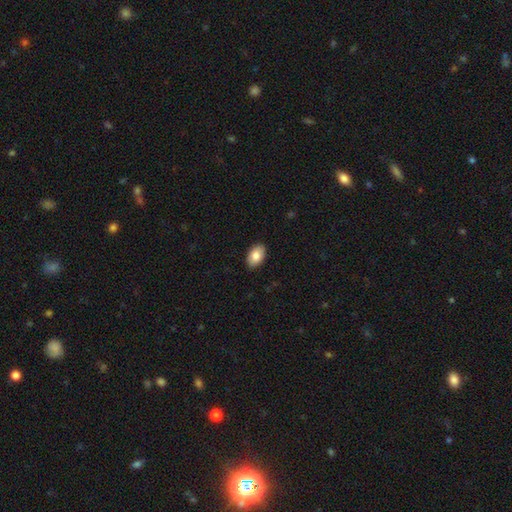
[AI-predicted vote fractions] Overall: smooth (85%). How rounded: in between (91%). Merging: none (89%).